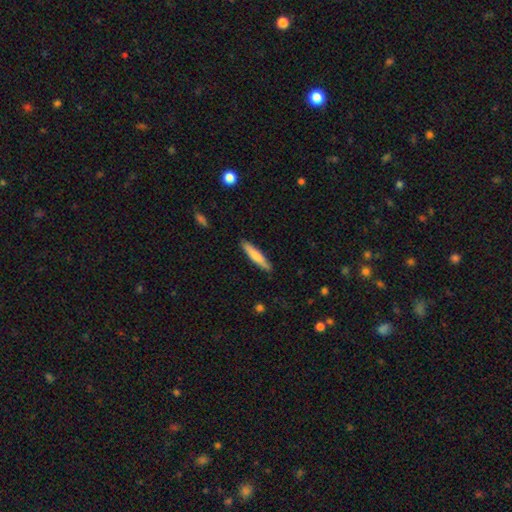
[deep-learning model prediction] Q: Smooth or featured?
A: smooth (74%); runner-up: featured or disk (21%)
Q: How rounded?
A: cigar-shaped (89%); runner-up: in between (10%)
Q: Merging?
A: none (89%); runner-up: minor disturbance (9%)